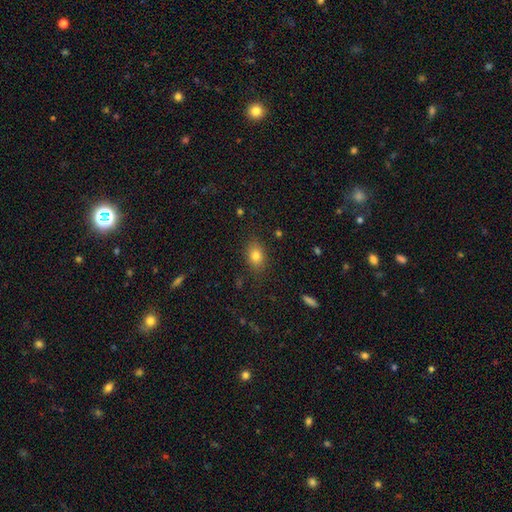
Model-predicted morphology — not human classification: Overall: smooth (81%). How rounded: in between (74%). Merging: none (84%).